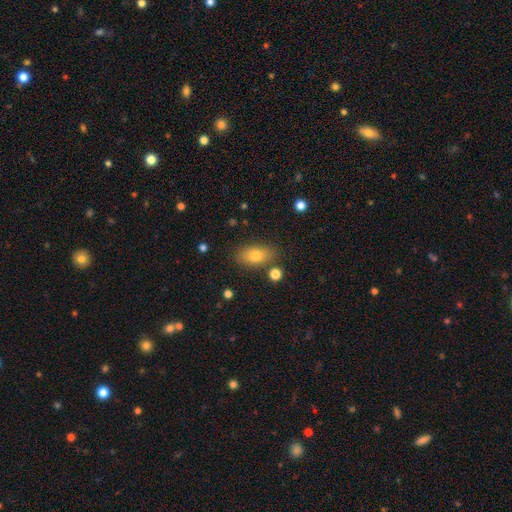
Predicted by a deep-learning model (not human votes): smooth_or_featured: smooth (p=0.77) [alt: featured or disk p=0.13]
how_rounded: in between (p=0.86) [alt: round p=0.09]
merging: none (p=0.80) [alt: minor disturbance p=0.12]